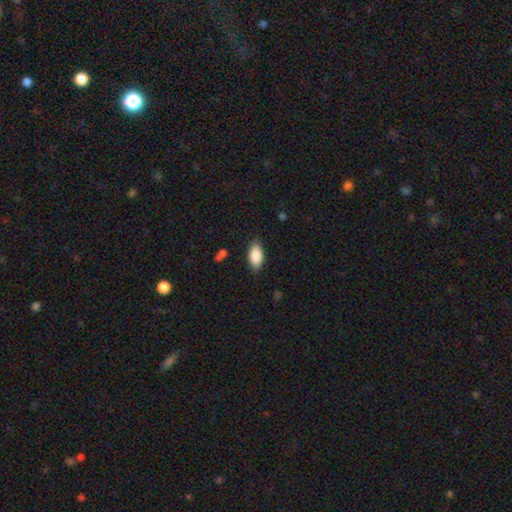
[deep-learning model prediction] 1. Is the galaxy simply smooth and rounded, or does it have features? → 87% smooth, 6% star or artifact, 6% featured or disk.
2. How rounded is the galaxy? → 91% in between, 6% cigar-shaped, 3% round.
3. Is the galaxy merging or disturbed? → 83% none, 13% minor disturbance, 3% major disturbance, 1% merger.